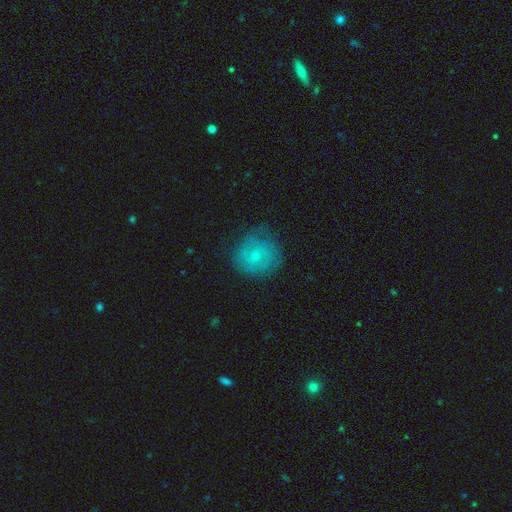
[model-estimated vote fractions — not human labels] smooth 49%, featured or disk 42%, star or artifact 9%. Down the decision tree: merging — none (65%).